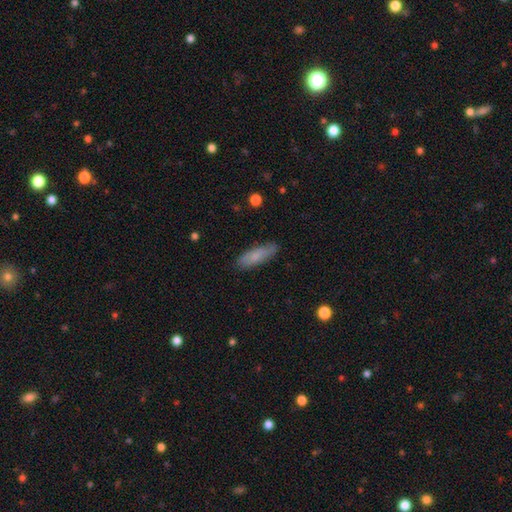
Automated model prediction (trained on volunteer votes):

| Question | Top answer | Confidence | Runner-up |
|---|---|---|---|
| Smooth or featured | smooth | 77% | featured or disk (17%) |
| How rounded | in between | 50% | cigar-shaped (48%) |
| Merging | none | 83% | minor disturbance (13%) |